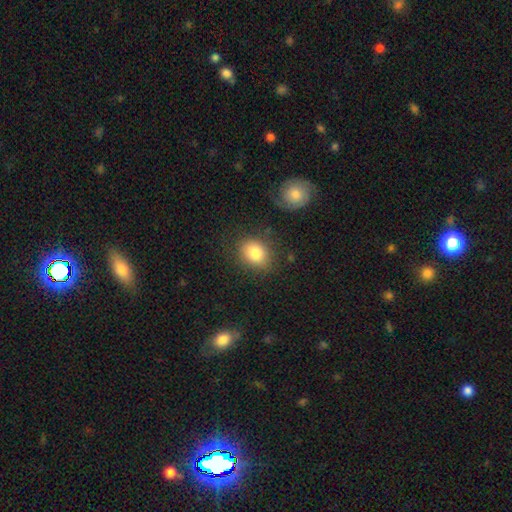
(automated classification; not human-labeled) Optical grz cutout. It shows a smooth galaxy with no disk features (84%) that is in between round and cigar-shaped (54%). Merging: none (77%).